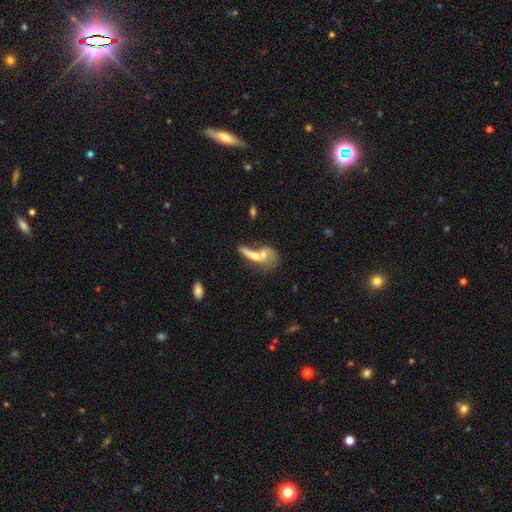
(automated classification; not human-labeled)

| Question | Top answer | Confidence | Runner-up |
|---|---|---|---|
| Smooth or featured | smooth | 44% | tied: featured or disk (44%) |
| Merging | merger | 55% | none (24%) |